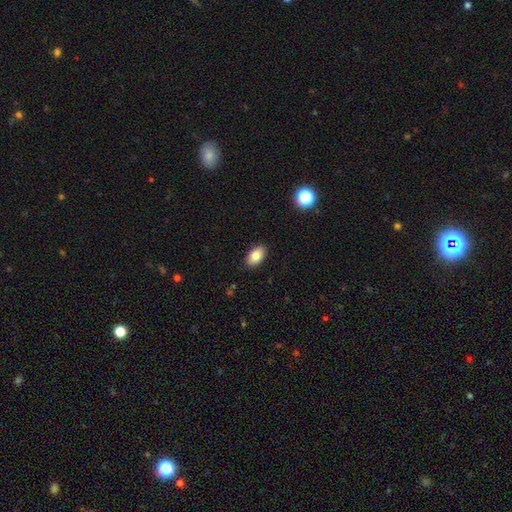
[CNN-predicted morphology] Overall: smooth (82%). How rounded: in between (93%). Merging: none (88%).